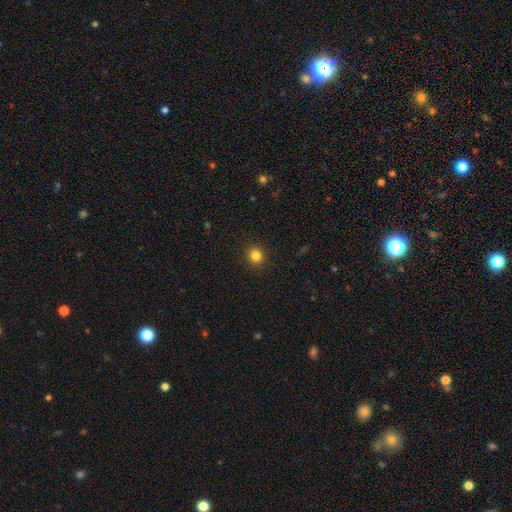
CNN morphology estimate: Q: Smooth or featured?
A: smooth (83%); runner-up: star or artifact (12%)
Q: How rounded?
A: round (88%); runner-up: in between (12%)
Q: Merging?
A: none (91%); runner-up: minor disturbance (6%)